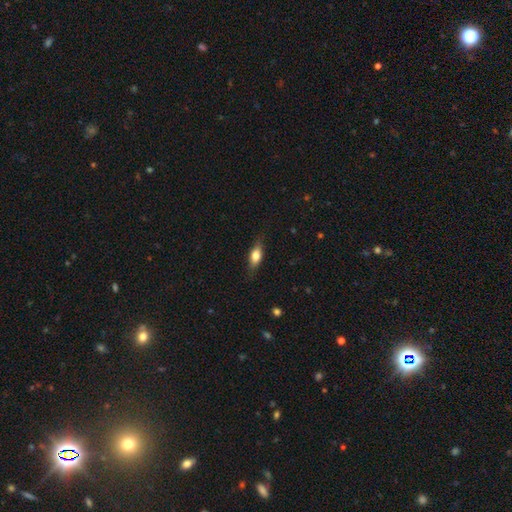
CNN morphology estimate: Overall: smooth (71%). How rounded: in between (73%). Merging: none (80%).